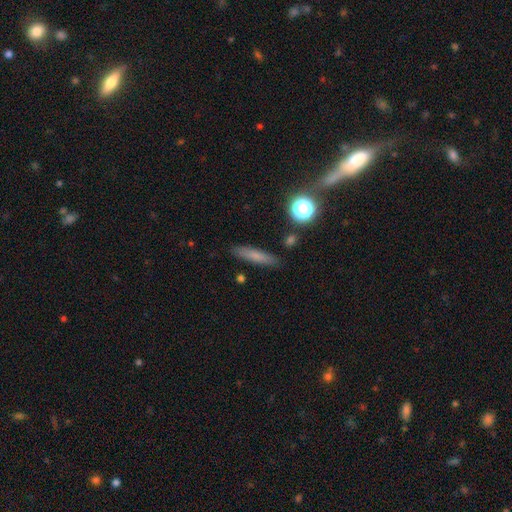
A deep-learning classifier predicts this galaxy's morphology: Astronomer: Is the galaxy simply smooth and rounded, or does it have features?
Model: smooth — 70%.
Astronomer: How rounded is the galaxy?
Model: cigar-shaped — 84%.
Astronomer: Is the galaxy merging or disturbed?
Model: none — 87%.